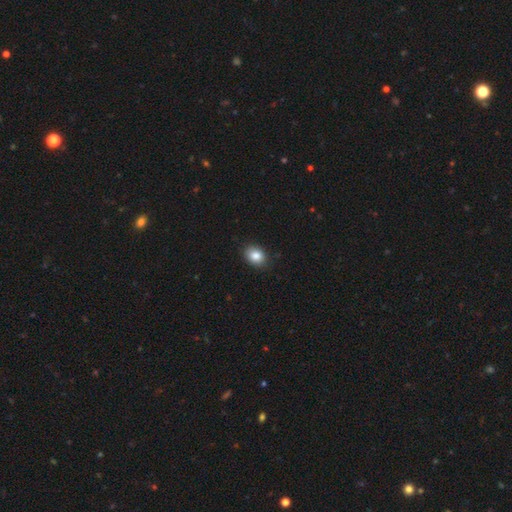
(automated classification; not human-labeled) smooth_or_featured: smooth (p=0.85) [alt: star or artifact p=0.09]
how_rounded: in between (p=0.62) [alt: round p=0.37]
merging: none (p=0.88) [alt: minor disturbance p=0.09]